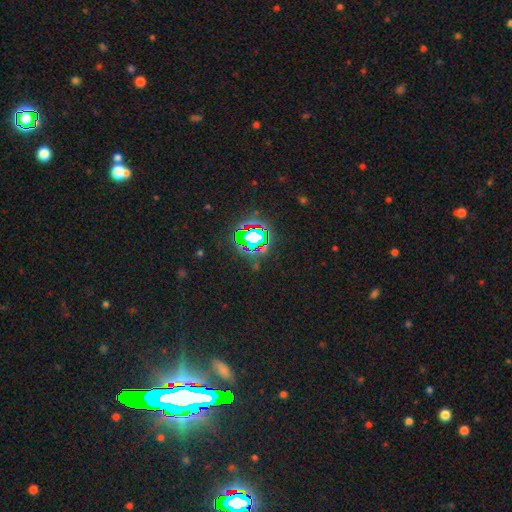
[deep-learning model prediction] Overall: star or artifact (84%).